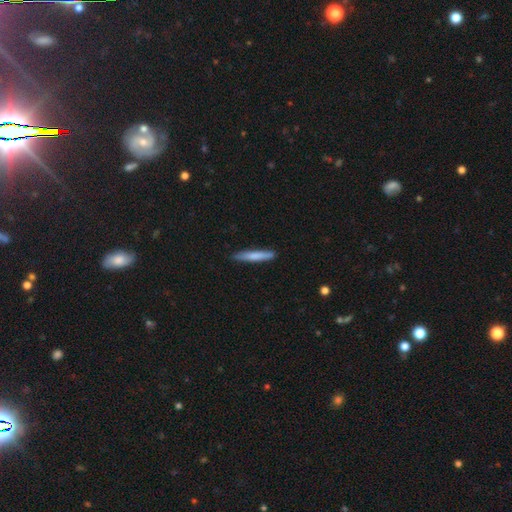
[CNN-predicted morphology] Overall: smooth (74%). How rounded: cigar-shaped (94%). Merging: none (88%).